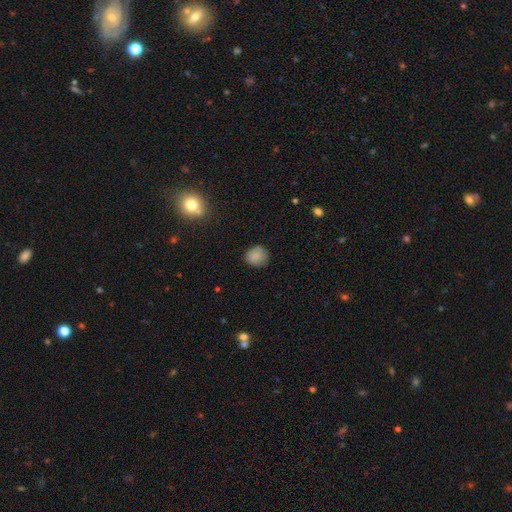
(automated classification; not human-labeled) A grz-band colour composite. It shows a smooth galaxy with no disk features (83%) that is round (83%). Merging: none (80%).